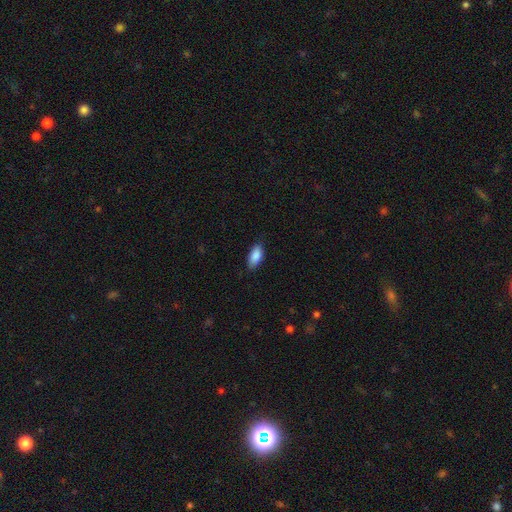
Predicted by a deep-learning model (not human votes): smooth_or_featured: smooth (p=0.88) [alt: star or artifact p=0.06]
how_rounded: in between (p=0.89) [alt: cigar-shaped p=0.09]
merging: none (p=0.82) [alt: minor disturbance p=0.14]